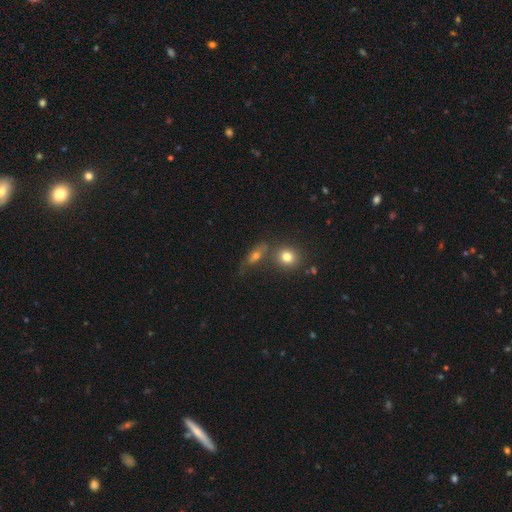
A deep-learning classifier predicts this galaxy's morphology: This is possibly a smooth galaxy (56%). How rounded: possibly in between (56%). Merging: possibly none (54%).